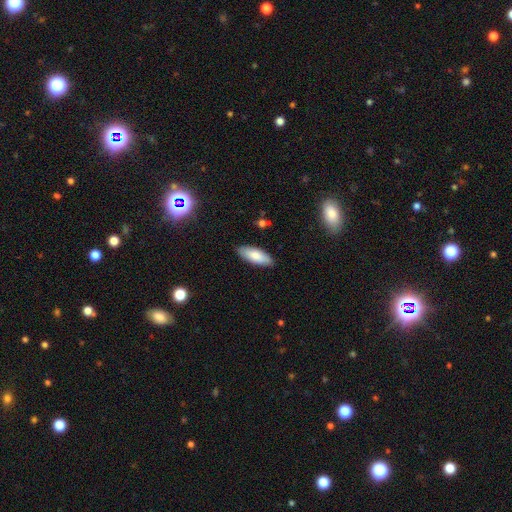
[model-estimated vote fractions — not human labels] Smooth or featured: smooth — 82% (featured or disk — 12%)
How rounded: in between — 75% (cigar-shaped — 23%)
Merging: none — 87% (minor disturbance — 10%)